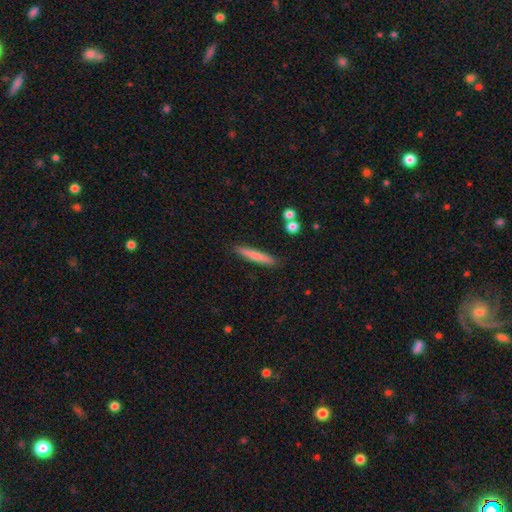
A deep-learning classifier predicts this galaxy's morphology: Smooth or featured? smooth (74%)
How rounded? cigar-shaped (94%)
Merging? none (88%)